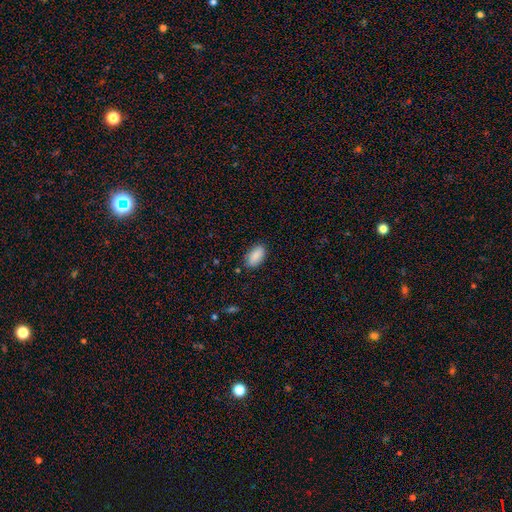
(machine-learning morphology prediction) smooth_or_featured: smooth (p=0.89) [alt: star or artifact p=0.07]
how_rounded: in between (p=0.93) [alt: cigar-shaped p=0.03]
merging: none (p=0.84) [alt: minor disturbance p=0.12]